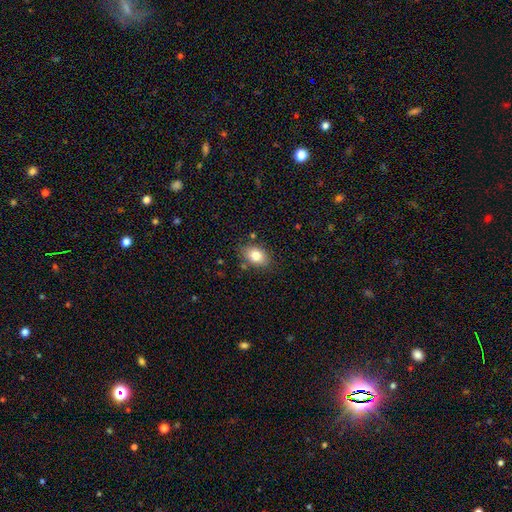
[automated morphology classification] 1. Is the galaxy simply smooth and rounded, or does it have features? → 82% smooth, 10% featured or disk, 8% star or artifact.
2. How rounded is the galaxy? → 80% in between, 19% round, 1% cigar-shaped.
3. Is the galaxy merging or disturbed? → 80% none, 14% minor disturbance, 3% merger, 3% major disturbance.